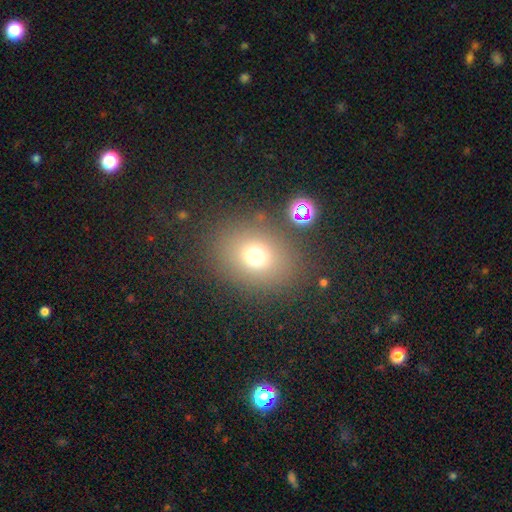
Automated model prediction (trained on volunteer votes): Q: Smooth or featured?
A: smooth (72%); runner-up: star or artifact (18%)
Q: How rounded?
A: round (55%); runner-up: in between (44%)
Q: Merging?
A: none (79%); runner-up: minor disturbance (10%)